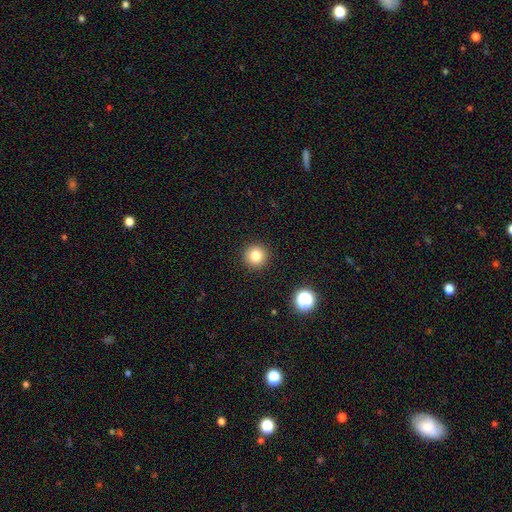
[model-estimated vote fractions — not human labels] Smooth or featured? smooth (81%)
How rounded? round (95%)
Merging? none (92%)